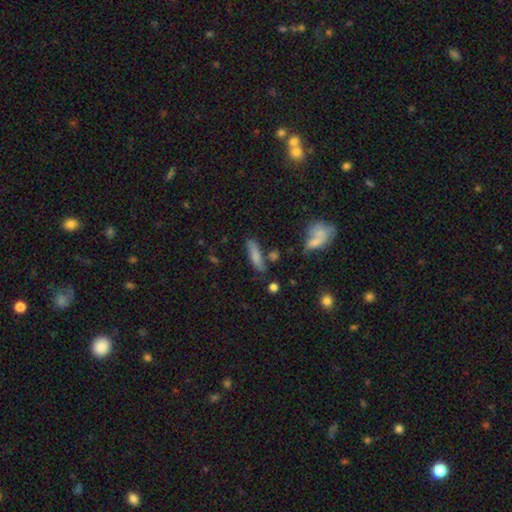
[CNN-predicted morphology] A smooth galaxy with no disk features (76%) that is cigar-shaped (71%). Merging: none (71%).